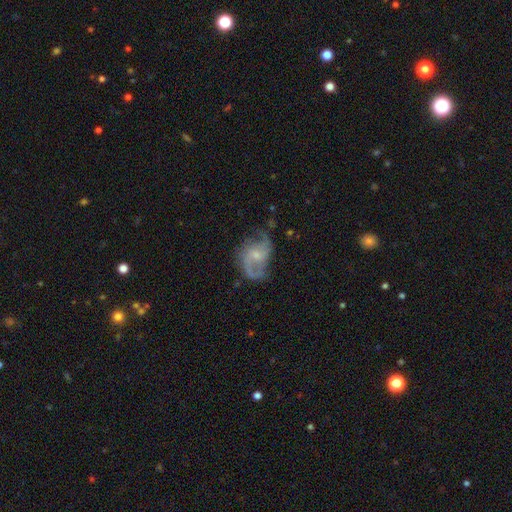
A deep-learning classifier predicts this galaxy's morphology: Smooth or featured? featured or disk (80%)
Edge-on disk? no (97%)
Bar? no (53%)
Spiral arms? yes (92%)
Spiral winding? loose (47%)
Spiral arm count? 2 (77%)
Bulge size? small (59%)
Merging? none (56%)